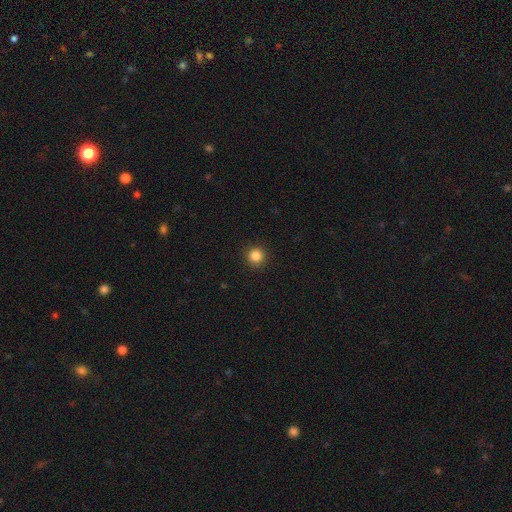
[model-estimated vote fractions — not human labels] This appears to be a smooth galaxy with no disk features (85%) that is round (95%). Merging: none (92%).